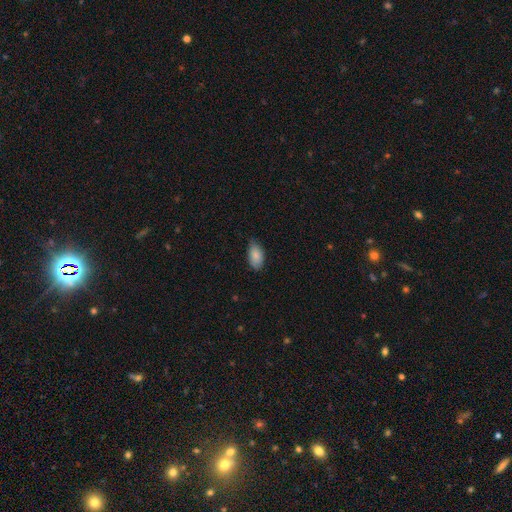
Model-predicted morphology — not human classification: A smooth galaxy with no disk features (86%) that is in between round and cigar-shaped (93%). Merging: none (73%).